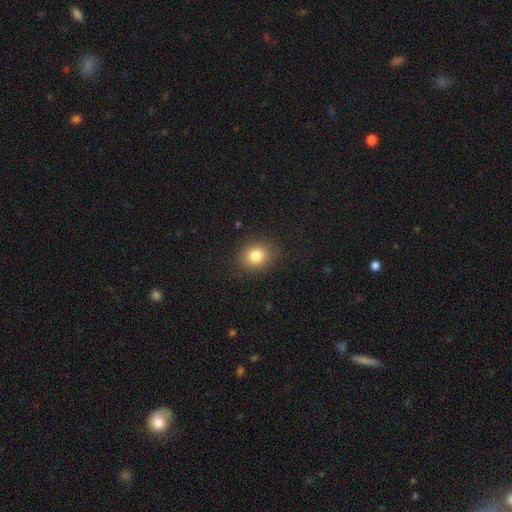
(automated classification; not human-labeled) Smooth or featured? smooth (82%)
How rounded? round (66%)
Merging? none (88%)